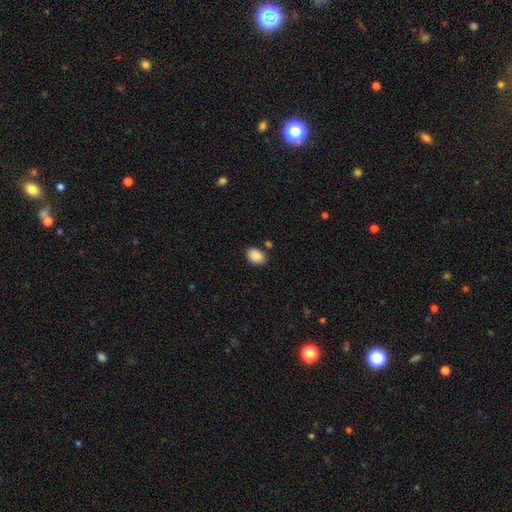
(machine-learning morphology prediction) smooth 89%, star or artifact 8%, featured or disk 3%. Down the decision tree: how rounded — in between (78%); merging — none (82%).